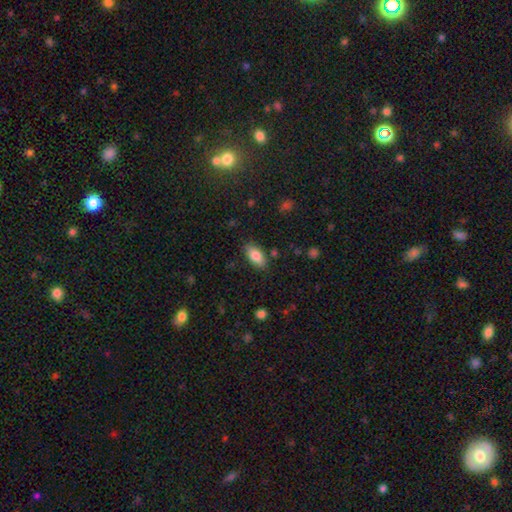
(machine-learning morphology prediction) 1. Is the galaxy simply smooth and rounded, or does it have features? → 83% smooth, 10% featured or disk, 7% star or artifact.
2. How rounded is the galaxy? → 90% in between, 7% cigar-shaped, 3% round.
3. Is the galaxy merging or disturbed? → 84% none, 11% minor disturbance, 3% major disturbance, 2% merger.